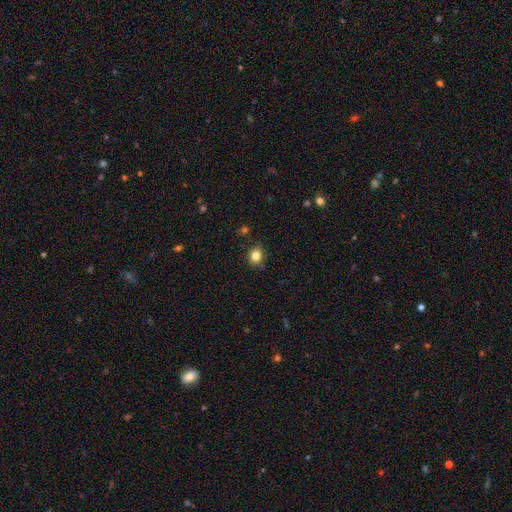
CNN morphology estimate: smooth_or_featured: smooth (p=0.83) [alt: star or artifact p=0.11]
how_rounded: round (p=0.57) [alt: in between p=0.42]
merging: none (p=0.83) [alt: minor disturbance p=0.13]